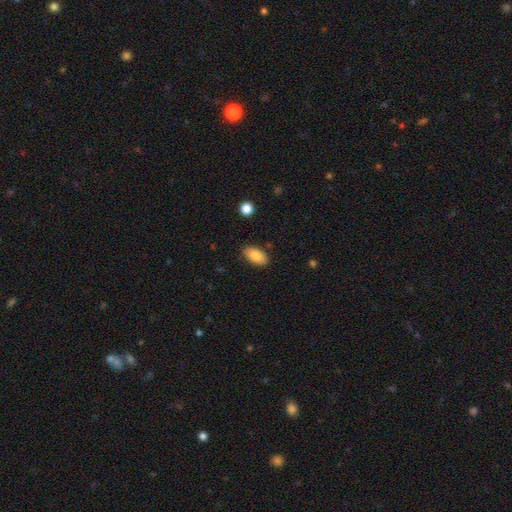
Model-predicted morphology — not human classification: The model was most divided on "merging": none: 85%, minor disturbance: 11%, major disturbance: 2%, merger: 1%. More confident: how rounded — in between (93%); smooth or featured — smooth (87%).